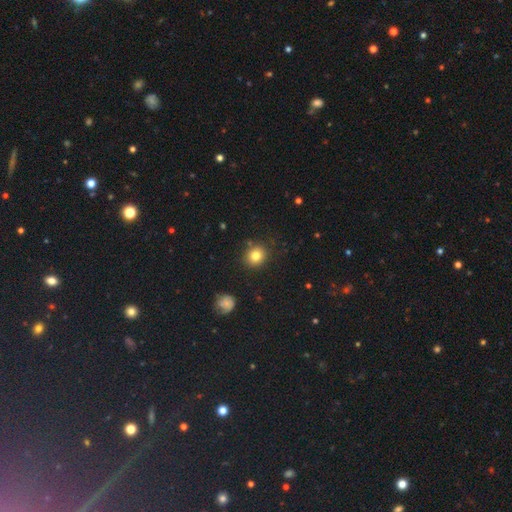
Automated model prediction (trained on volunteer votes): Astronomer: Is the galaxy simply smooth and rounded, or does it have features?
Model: smooth — 81%.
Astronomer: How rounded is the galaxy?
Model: round — 82%.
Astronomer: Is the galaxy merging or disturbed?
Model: none — 86%.